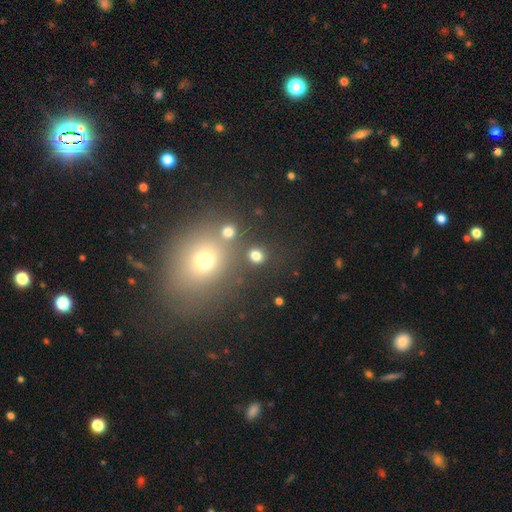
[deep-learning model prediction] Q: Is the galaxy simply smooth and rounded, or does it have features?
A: smooth — 78%.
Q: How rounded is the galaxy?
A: round — 81%.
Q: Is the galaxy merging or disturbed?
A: none — 81%.